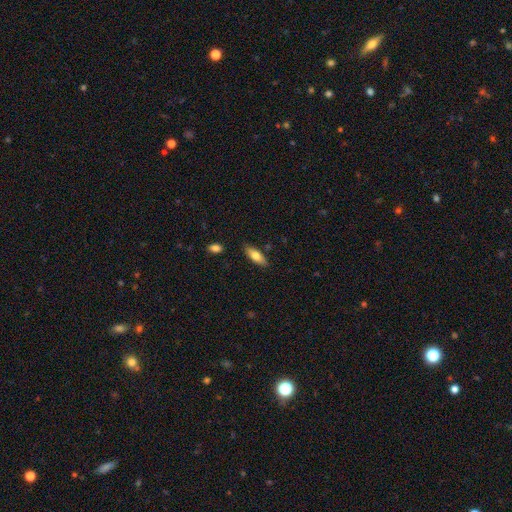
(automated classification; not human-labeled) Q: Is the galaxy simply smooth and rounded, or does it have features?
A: smooth — 73%.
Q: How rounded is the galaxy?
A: in between — 66%.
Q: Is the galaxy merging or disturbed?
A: none — 85%.